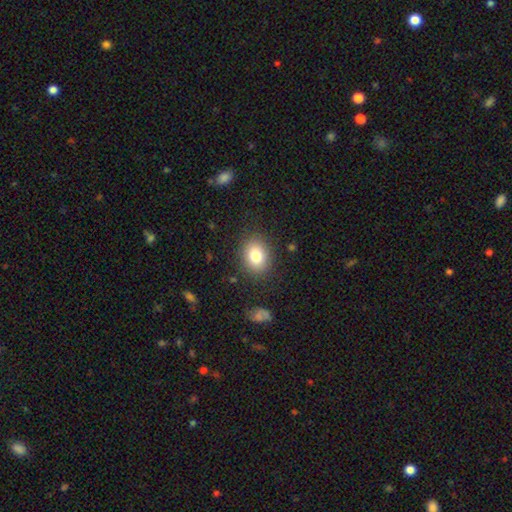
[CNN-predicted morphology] Smooth or featured: smooth — 81% (star or artifact — 10%)
How rounded: in between — 57% (round — 42%)
Merging: none — 85% (minor disturbance — 10%)